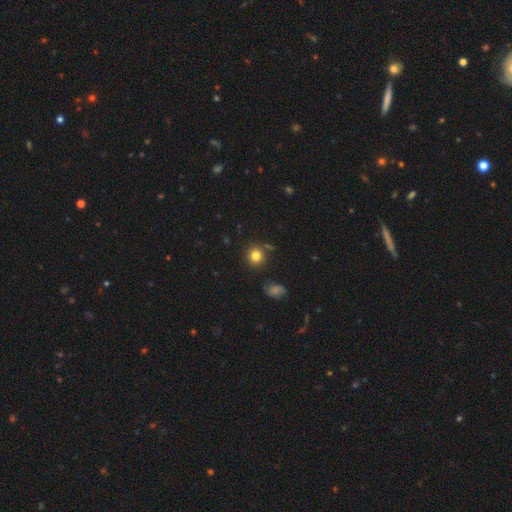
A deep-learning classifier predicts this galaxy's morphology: Smooth or featured? Predicted: smooth (p=0.81). How rounded? Predicted: round (p=0.91). Merging? Predicted: none (p=0.83).